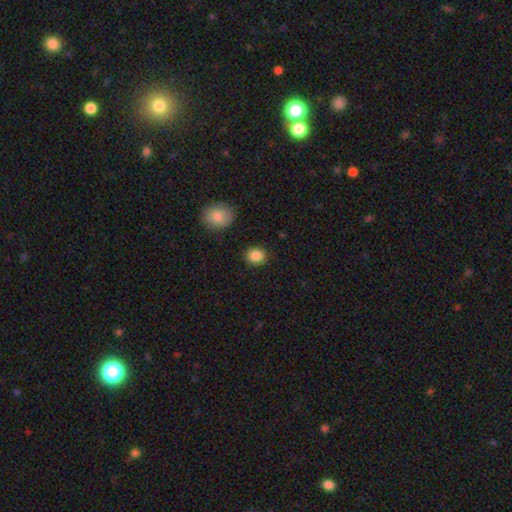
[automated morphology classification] type=smooth (87%); roundness=round (74%); merging=none (89%).